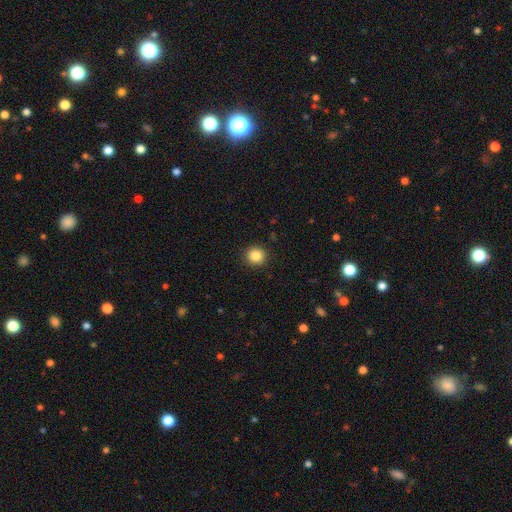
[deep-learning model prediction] This is clearly a smooth galaxy (86%). How rounded: clearly round (92%). Merging: clearly none (91%).